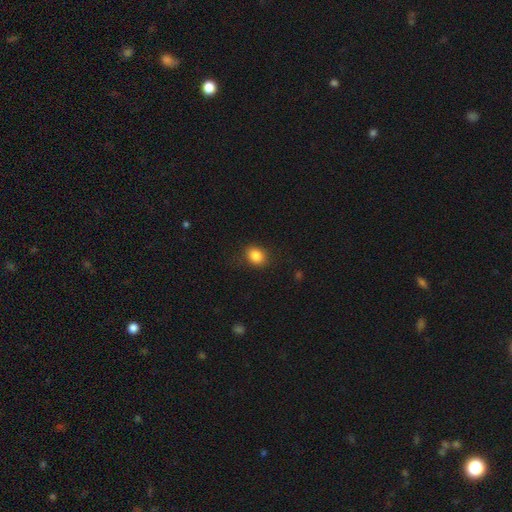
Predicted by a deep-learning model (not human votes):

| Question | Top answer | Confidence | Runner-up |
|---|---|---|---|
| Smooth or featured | smooth | 85% | star or artifact (10%) |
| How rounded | round | 56% | in between (43%) |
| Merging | none | 84% | minor disturbance (11%) |